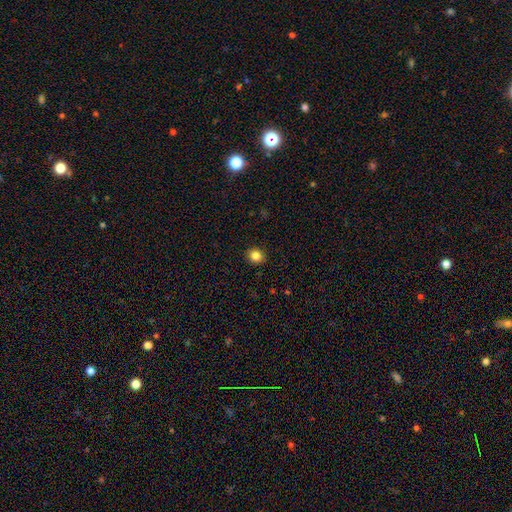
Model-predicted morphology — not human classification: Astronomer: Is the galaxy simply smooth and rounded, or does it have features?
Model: smooth — 84%.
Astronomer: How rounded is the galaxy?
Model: round — 84%.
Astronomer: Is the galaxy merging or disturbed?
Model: none — 92%.